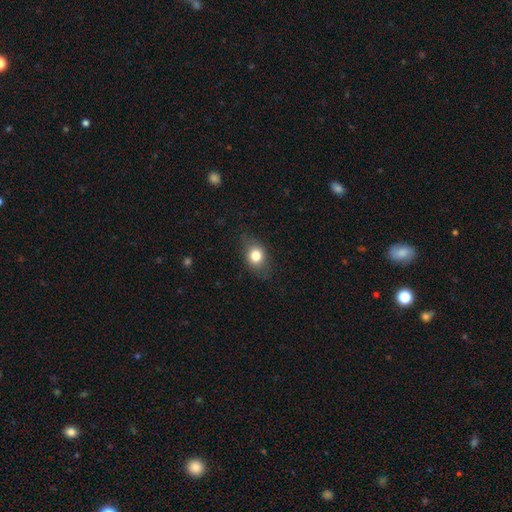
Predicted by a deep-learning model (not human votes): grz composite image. It shows a smooth galaxy with no disk features (78%) that is in between round and cigar-shaped (57%). Merging: none (78%).